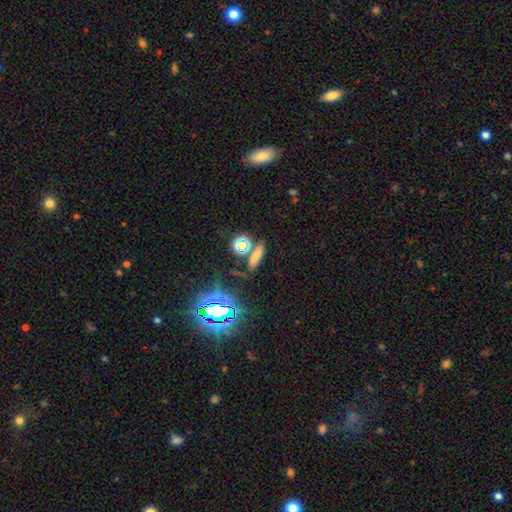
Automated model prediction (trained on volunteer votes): A smooth galaxy with no disk features (57%) that is cigar-shaped (56%). Merging: none (73%).